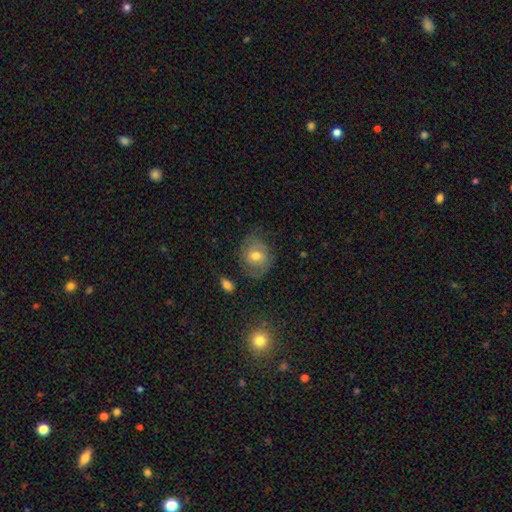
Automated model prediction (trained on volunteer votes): Smooth or featured: smooth — 51% (featured or disk — 39%)
How rounded: round — 65% (in between — 34%)
Merging: none — 68% (minor disturbance — 21%)